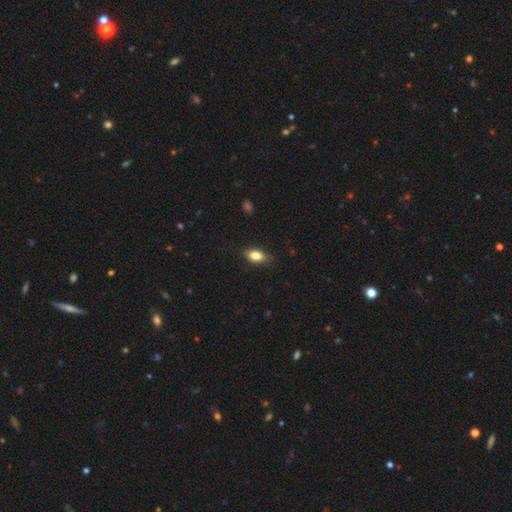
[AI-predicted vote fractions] Smooth or featured? Predicted: smooth (p=0.82). How rounded? Predicted: in between (p=0.85). Merging? Predicted: none (p=0.80).